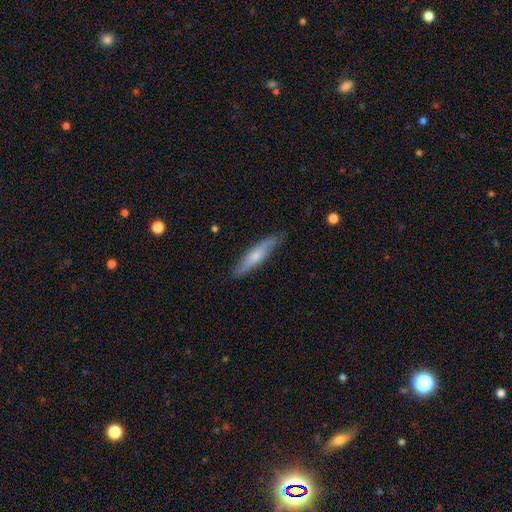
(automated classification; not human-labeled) A smooth galaxy with no disk features (49%).

Vote fractions:
- Smooth or featured? smooth: 49% / featured or disk: 45% / star or artifact: 6%
- Merging? none: 80% / minor disturbance: 16% / major disturbance: 3% / merger: 1%